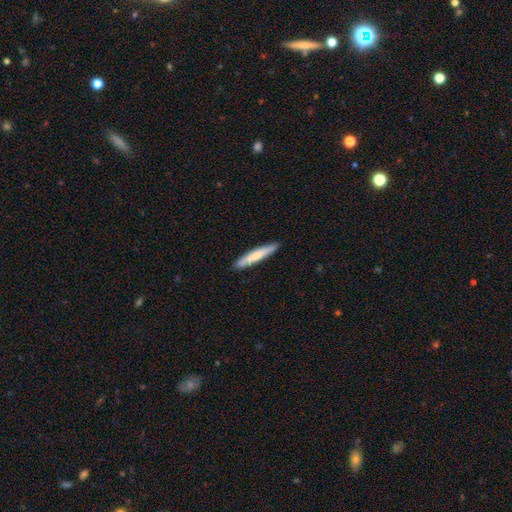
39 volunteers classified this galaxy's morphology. Volunteers were most divided on "smooth or featured": smooth: 74%, featured or disk: 21%, star or artifact: 5%. More confident: merging — none (89%); how rounded — cigar-shaped (83%).